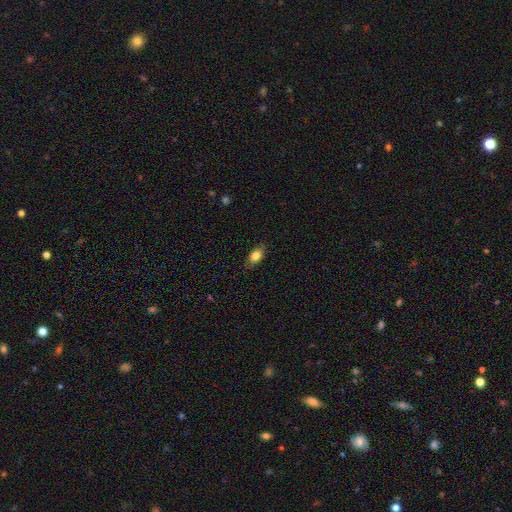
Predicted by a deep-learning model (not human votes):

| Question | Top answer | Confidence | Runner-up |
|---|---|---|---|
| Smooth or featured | smooth | 81% | featured or disk (11%) |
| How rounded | in between | 84% | round (8%) |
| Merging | none | 82% | minor disturbance (14%) |